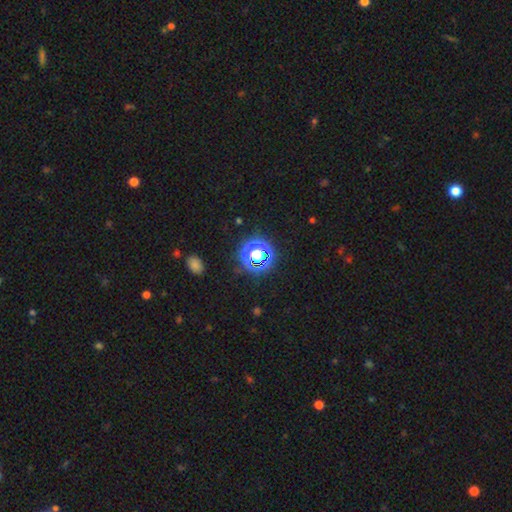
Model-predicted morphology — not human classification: type=star or artifact (62%).